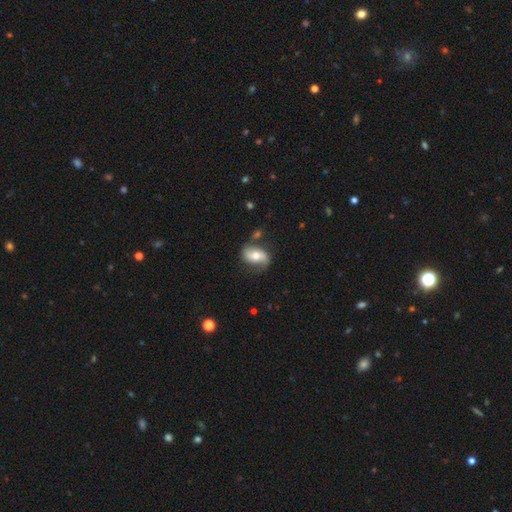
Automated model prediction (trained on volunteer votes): smooth_or_featured: featured or disk (p=0.55) [alt: smooth p=0.38]
disk_edge_on: no (p=0.94) [alt: yes p=0.06]
bar: no (p=0.50) [alt: weak p=0.29]
has_spiral_arms: yes (p=0.78) [alt: no p=0.22]
bulge_size: moderate (p=0.70) [alt: small p=0.21]
merging: none (p=0.62) [alt: minor disturbance p=0.23]